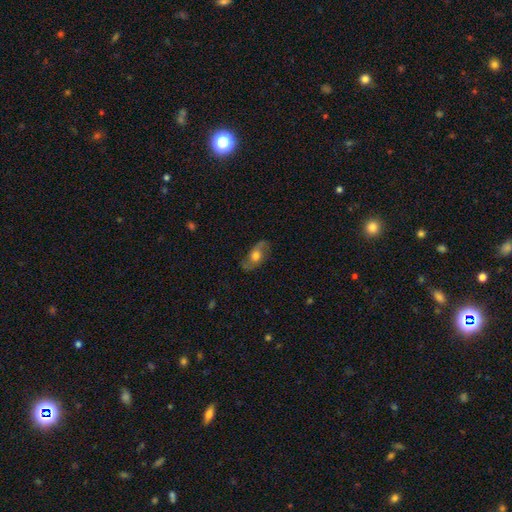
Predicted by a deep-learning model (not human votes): smooth_or_featured: featured or disk (p=0.57) [alt: smooth p=0.35]
disk_edge_on: no (p=0.86) [alt: yes p=0.14]
merging: none (p=0.74) [alt: minor disturbance p=0.17]